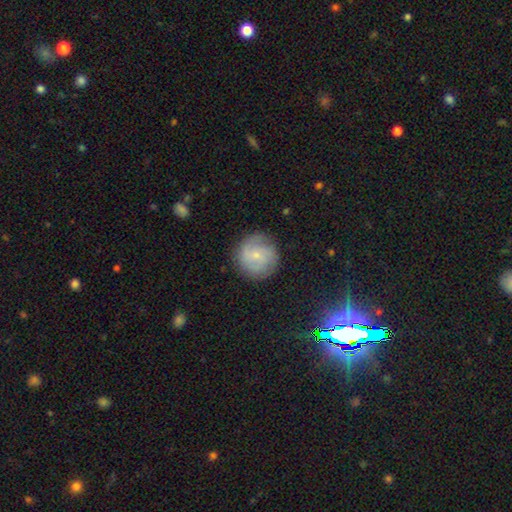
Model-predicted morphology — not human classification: smooth_or_featured: featured or disk (p=0.51) [alt: smooth p=0.41]
disk_edge_on: no (p=0.97) [alt: yes p=0.03]
merging: none (p=0.81) [alt: minor disturbance p=0.13]